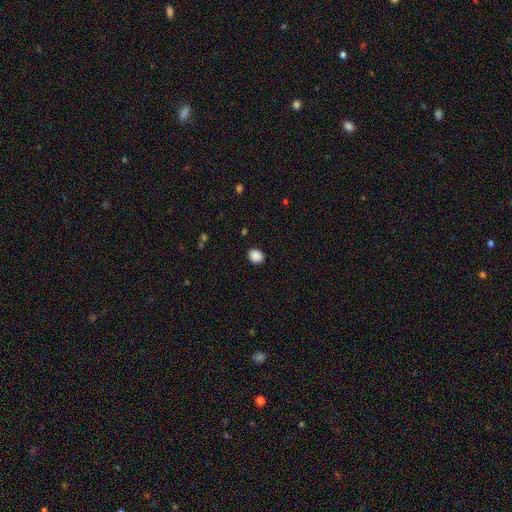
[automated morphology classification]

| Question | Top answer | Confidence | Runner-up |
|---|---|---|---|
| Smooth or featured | smooth | 89% | star or artifact (9%) |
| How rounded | round | 59% | in between (41%) |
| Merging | none | 89% | minor disturbance (8%) |